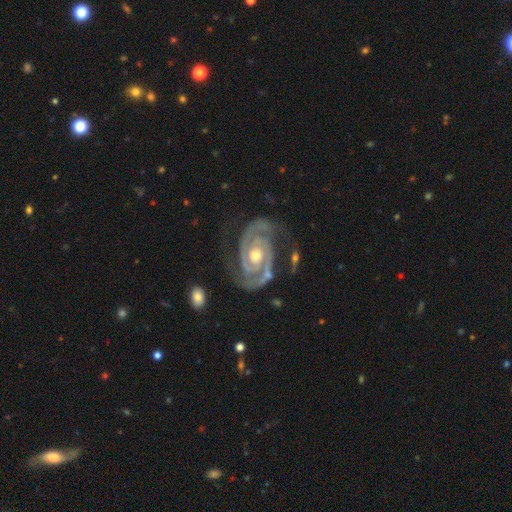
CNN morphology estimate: Overall: featured or disk (94%). Edge-on disk: no (98%). Bar: no (60%; weak 25%). Spiral arms: yes (99%). Spiral arm count: 2 (91%). Spiral winding: tight (66%; medium 30%). Bulge size: moderate (69%). Merging: none (76%).